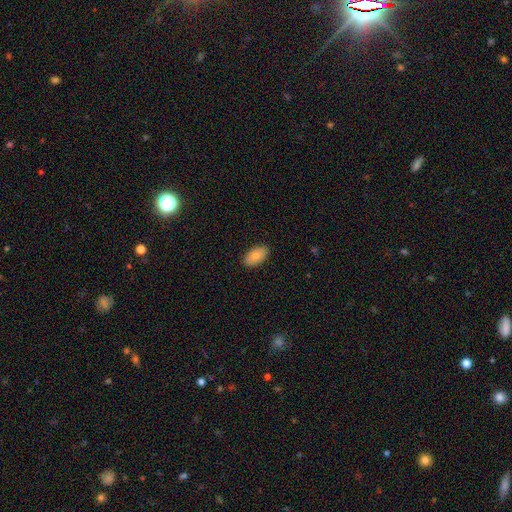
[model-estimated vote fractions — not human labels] smooth-or-featured: smooth: 85% | featured or disk: 8% | star or artifact: 7%
  how-rounded: in between: 95% | round: 3% | cigar-shaped: 2%
  merging: none: 89% | minor disturbance: 8% | major disturbance: 2% | merger: 1%